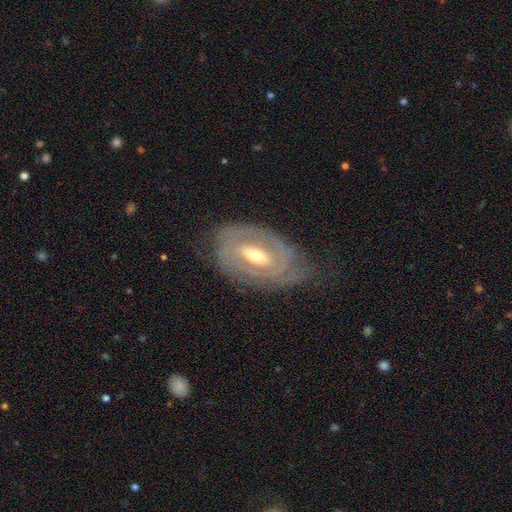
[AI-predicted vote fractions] Smooth or featured? Predicted: featured or disk (p=0.82). Edge-on disk? Predicted: no (p=0.94). Bar? Predicted: weak (p=0.40). Spiral arms? Predicted: yes (p=0.78). Spiral winding? Predicted: tight (p=0.72). Spiral arm count? Predicted: 2 (p=0.40). Bulge size? Predicted: moderate (p=0.55). Merging? Predicted: none (p=0.65).